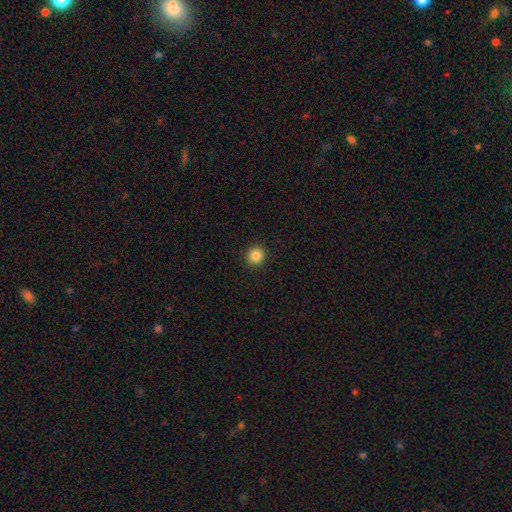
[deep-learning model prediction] Q: Smooth or featured?
A: smooth (86%); runner-up: star or artifact (10%)
Q: How rounded?
A: round (92%); runner-up: in between (7%)
Q: Merging?
A: none (93%); runner-up: minor disturbance (5%)